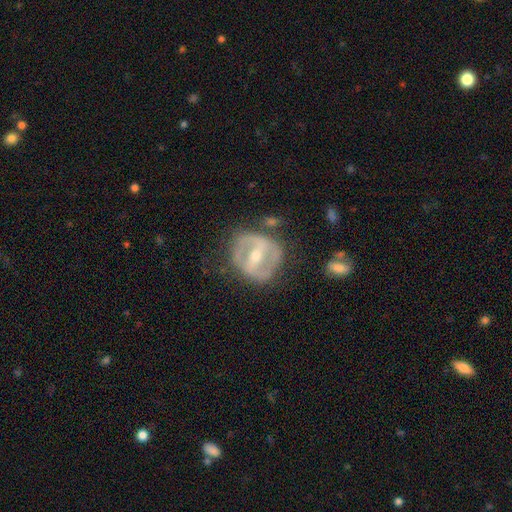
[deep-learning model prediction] A featured or disk galaxy (78%) with a strong bar (66%), no spiral arms (52%) and a moderate central bulge (50%).

Vote fractions:
- Smooth or featured? featured or disk: 78% / smooth: 16% / star or artifact: 6%
- Edge-on disk? no: 94% / yes: 6%
- Bar? strong: 66% / weak: 25% / no: 9%
- Spiral arms? no: 52% / yes: 48%
- Bulge size? moderate: 50% / small: 46% / large: 2% / none: 1% / dominant: 1%
- Merging? none: 68% / minor disturbance: 18% / major disturbance: 10% / merger: 3%